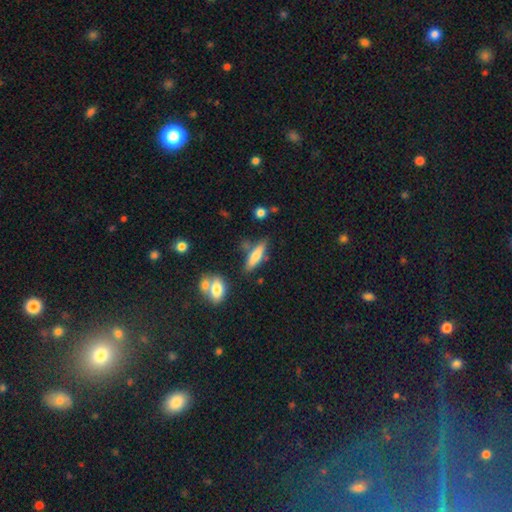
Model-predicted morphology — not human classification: This is likely a smooth galaxy (64%). How rounded: likely cigar-shaped (67%). Merging: likely none (71%).